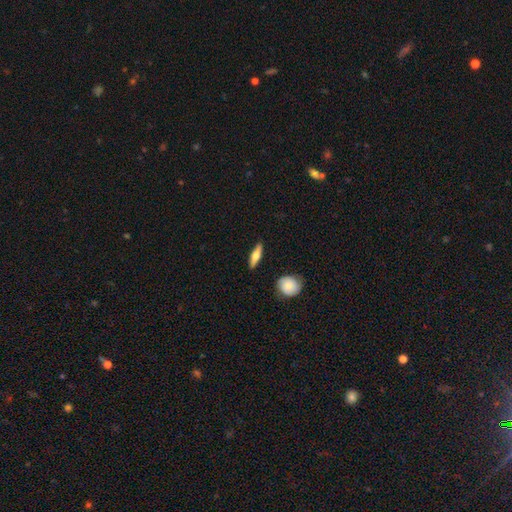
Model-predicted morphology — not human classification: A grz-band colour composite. It shows a smooth galaxy with no disk features (55%) that is cigar-shaped (58%). Merging: none (88%).